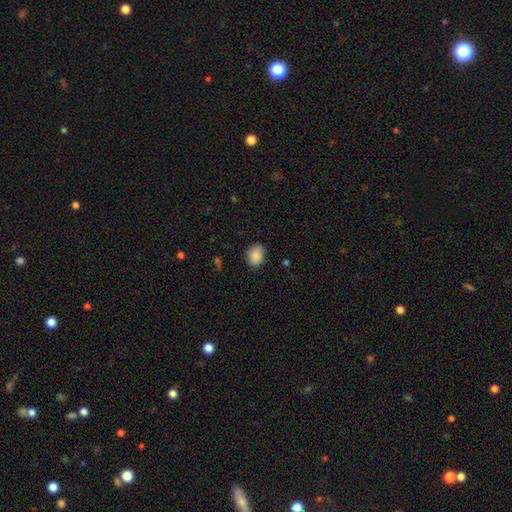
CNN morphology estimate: Smooth or featured: smooth — 89% (star or artifact — 7%)
How rounded: in between — 65% (round — 34%)
Merging: none — 82% (minor disturbance — 14%)